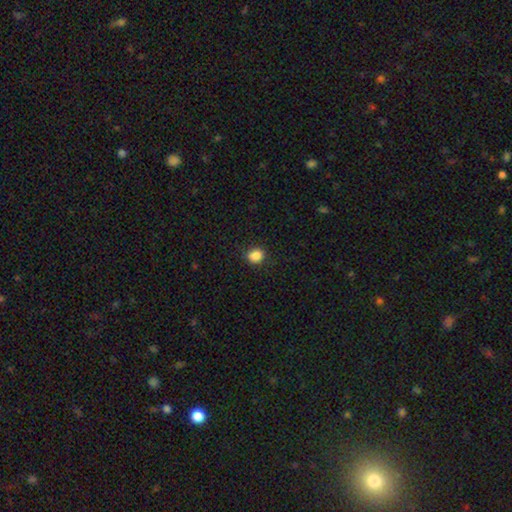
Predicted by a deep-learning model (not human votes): A smooth galaxy with no disk features (86%) that is round (59%). Merging: none (86%).